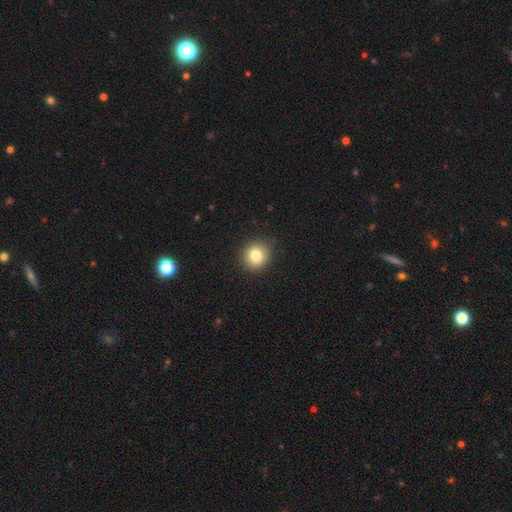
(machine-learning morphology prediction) Smooth or featured? Predicted: smooth (p=0.82). How rounded? Predicted: round (p=0.88). Merging? Predicted: none (p=0.89).